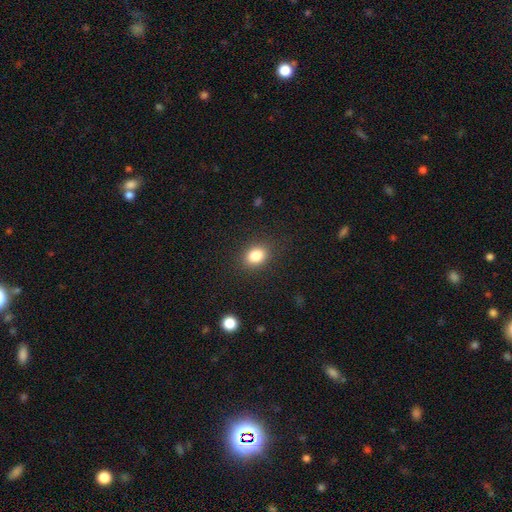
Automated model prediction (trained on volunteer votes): smooth-or-featured: smooth: 84% | star or artifact: 10% | featured or disk: 6%
  how-rounded: in between: 63% | round: 36% | cigar-shaped: 1%
  merging: none: 86% | minor disturbance: 9% | major disturbance: 3% | merger: 1%